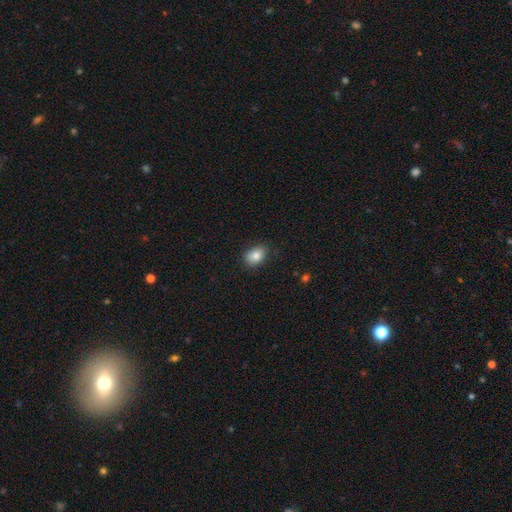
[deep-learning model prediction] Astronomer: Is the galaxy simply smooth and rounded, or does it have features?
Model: smooth — 84%.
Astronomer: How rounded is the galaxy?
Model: in between — 79%.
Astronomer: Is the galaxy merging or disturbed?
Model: none — 83%.